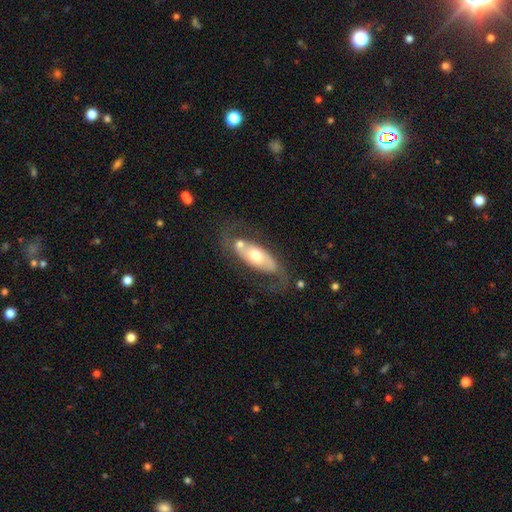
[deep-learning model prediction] A featured or disk galaxy (66%) with no bar (68%), spiral arms (71%) and a moderate central bulge (67%).

Vote fractions:
- Smooth or featured? featured or disk: 66% / smooth: 29% / star or artifact: 5%
- Edge-on disk? no: 85% / yes: 15%
- Bar? no: 68% / weak: 22% / strong: 10%
- Spiral arms? yes: 71% / no: 29%
- Bulge size? moderate: 67% / large: 18% / small: 12% / dominant: 2% / none: 1%
- Merging? none: 52% / minor disturbance: 20% / major disturbance: 16% / merger: 12%